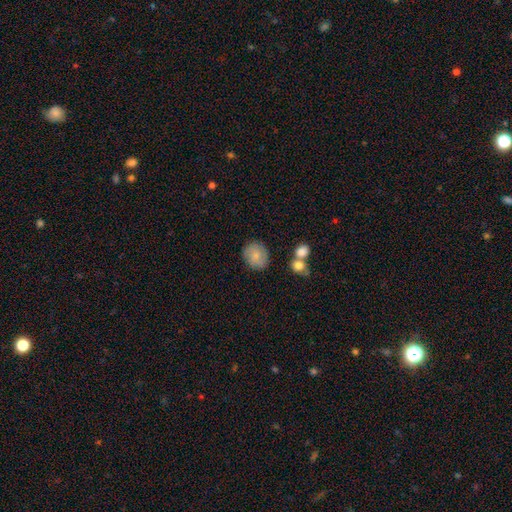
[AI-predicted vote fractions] Q: Smooth or featured?
A: smooth (69%); runner-up: featured or disk (24%)
Q: How rounded?
A: round (78%); runner-up: in between (21%)
Q: Merging?
A: none (78%); runner-up: minor disturbance (13%)